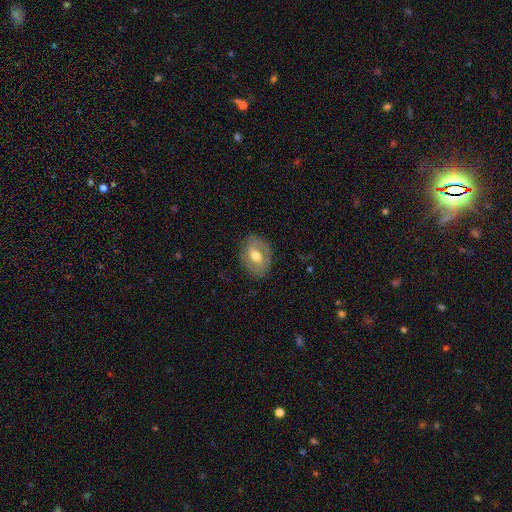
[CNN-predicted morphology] smooth-or-featured: featured or disk: 51% | smooth: 42% | star or artifact: 7%
  disk-edge-on: no: 93% | yes: 7%
  merging: none: 80% | minor disturbance: 14% | major disturbance: 4% | merger: 1%